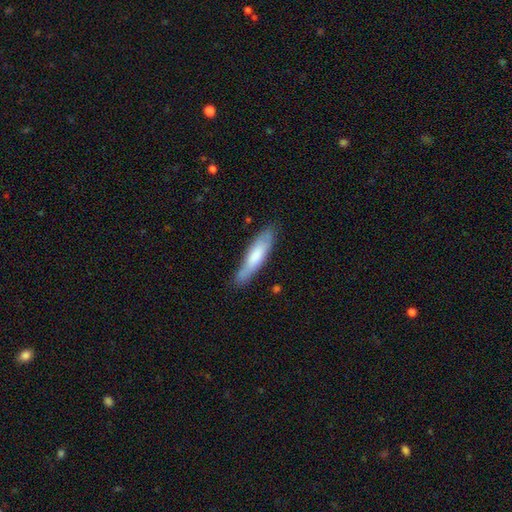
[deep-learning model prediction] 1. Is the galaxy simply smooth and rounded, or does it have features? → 68% smooth, 26% featured or disk, 6% star or artifact.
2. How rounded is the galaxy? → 74% cigar-shaped, 25% in between, 1% round.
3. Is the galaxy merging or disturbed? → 76% none, 19% minor disturbance, 4% major disturbance, 2% merger.